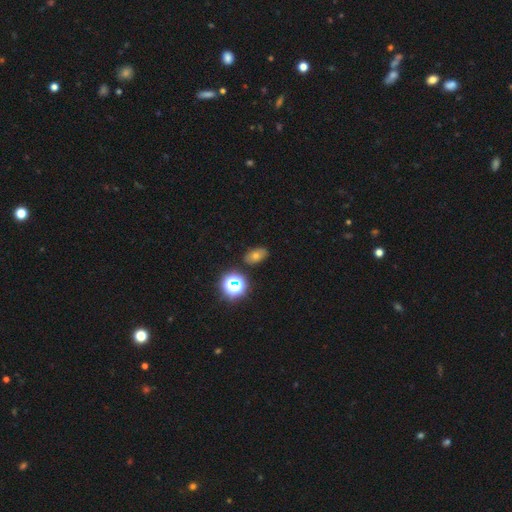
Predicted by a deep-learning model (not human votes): Smooth or featured: smooth — 51% (star or artifact — 33%)
How rounded: in between — 72% (round — 26%)
Merging: none — 83% (minor disturbance — 11%)